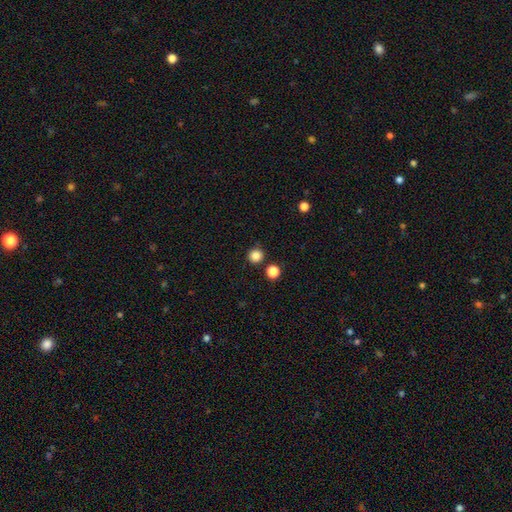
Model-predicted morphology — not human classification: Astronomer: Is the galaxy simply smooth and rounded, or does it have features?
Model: smooth — 85%.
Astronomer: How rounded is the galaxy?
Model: round — 94%.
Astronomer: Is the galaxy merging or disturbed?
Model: none — 88%.